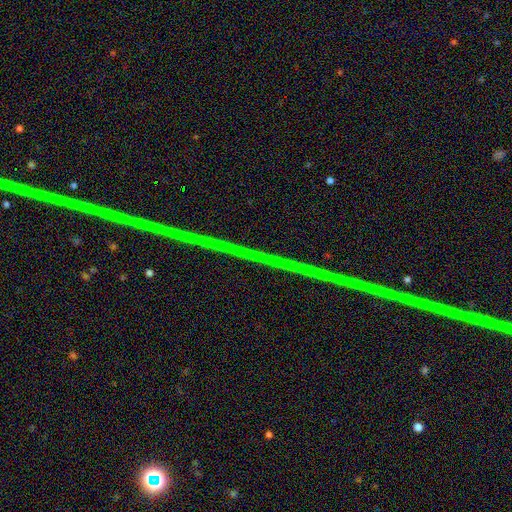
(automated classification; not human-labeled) This appears to be a star or artifact, not a galaxy (79%).